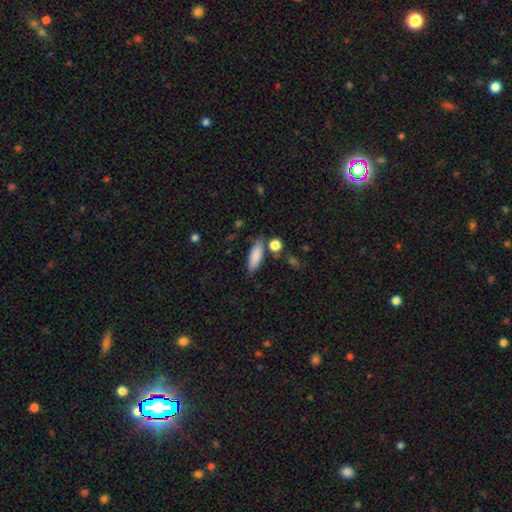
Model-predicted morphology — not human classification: A smooth galaxy with no disk features (84%) that is in between round and cigar-shaped (59%).

Vote fractions:
- Smooth or featured? smooth: 84% / featured or disk: 9% / star or artifact: 7%
- How rounded? in between: 59% / cigar-shaped: 38% / round: 3%
- Merging? none: 75% / minor disturbance: 14% / merger: 8% / major disturbance: 4%